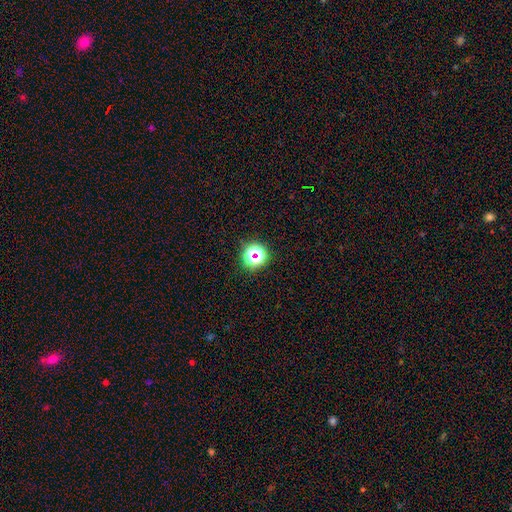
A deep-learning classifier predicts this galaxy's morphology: smooth-or-featured: star or artifact: 57% | smooth: 34% | featured or disk: 9%